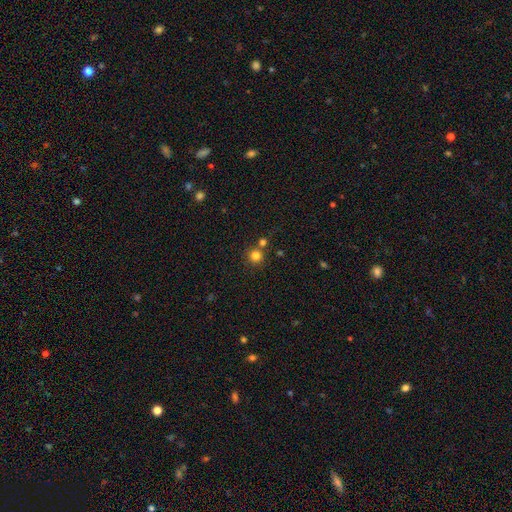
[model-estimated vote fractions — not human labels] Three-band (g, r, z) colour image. It shows a smooth galaxy with no disk features (80%) that is round (94%). Merging: none (71%).